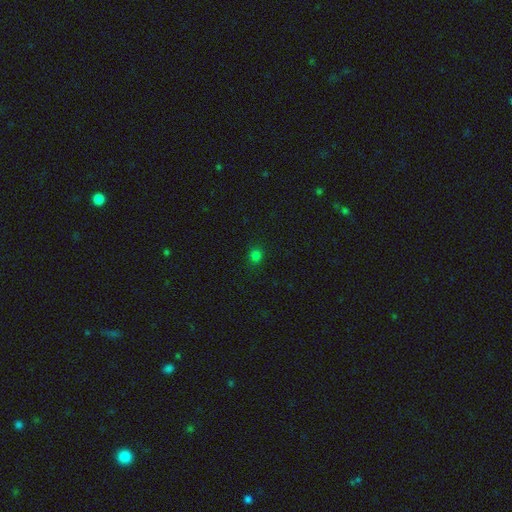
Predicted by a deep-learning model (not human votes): This appears to be a smooth galaxy with no disk features (77%) that is round (77%). Merging: none (88%).